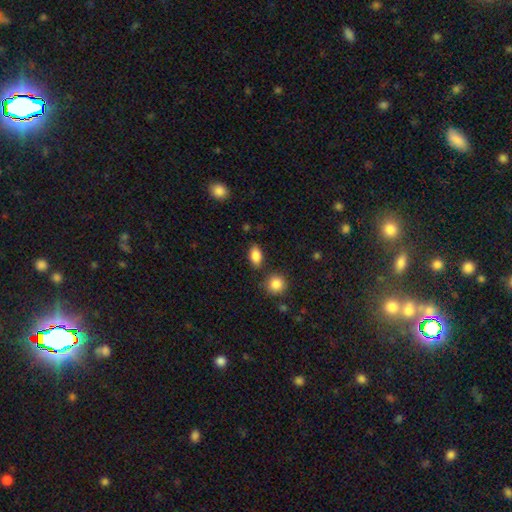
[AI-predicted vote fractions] Smooth or featured: smooth — 86% (star or artifact — 8%)
How rounded: in between — 87% (round — 9%)
Merging: none — 82% (minor disturbance — 11%)